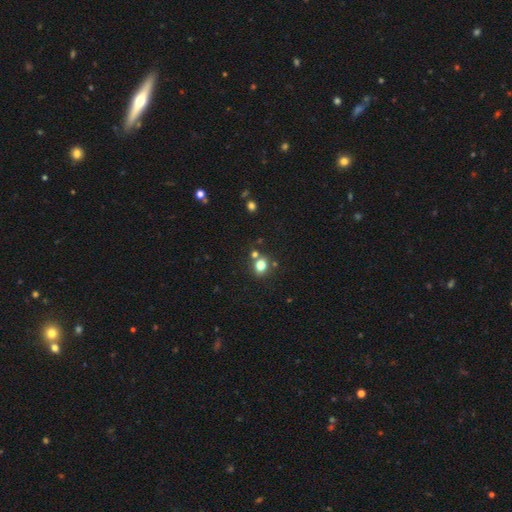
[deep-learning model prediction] A smooth galaxy with no disk features (62%) that is round (80%). Merging: none (71%).